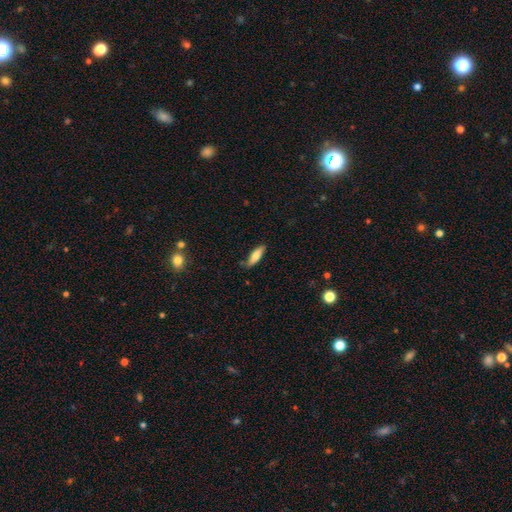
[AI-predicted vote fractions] A smooth galaxy with no disk features (75%) that is cigar-shaped (51%). Merging: none (75%).